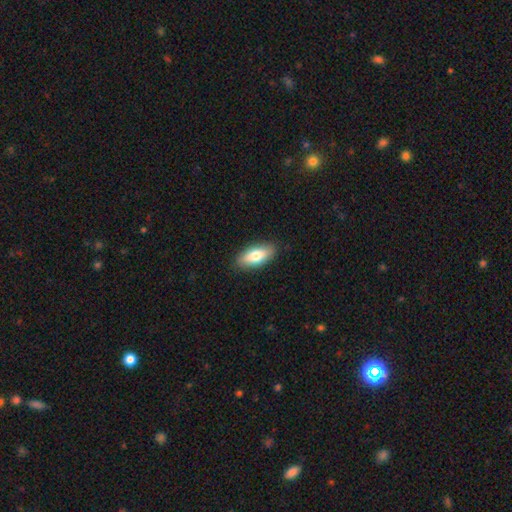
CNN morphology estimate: Overall: smooth (77%). How rounded: in between (83%). Merging: none (88%).